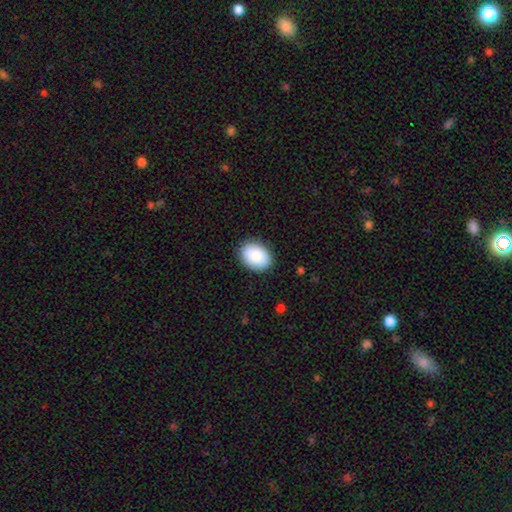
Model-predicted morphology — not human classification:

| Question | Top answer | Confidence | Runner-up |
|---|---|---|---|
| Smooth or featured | smooth | 86% | featured or disk (8%) |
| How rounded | in between | 74% | round (25%) |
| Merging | none | 87% | minor disturbance (10%) |